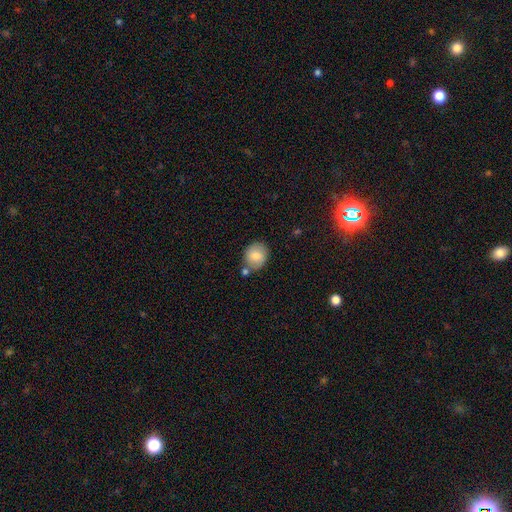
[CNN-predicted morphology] Smooth or featured: smooth — 78% (featured or disk — 14%)
How rounded: round — 69% (in between — 30%)
Merging: none — 70% (minor disturbance — 14%)